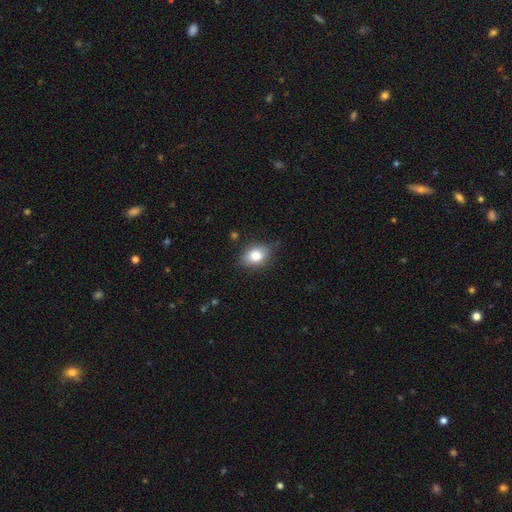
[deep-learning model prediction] smooth 80%, featured or disk 11%, star or artifact 9%. Down the decision tree: how rounded — in between (71%); merging — none (75%).